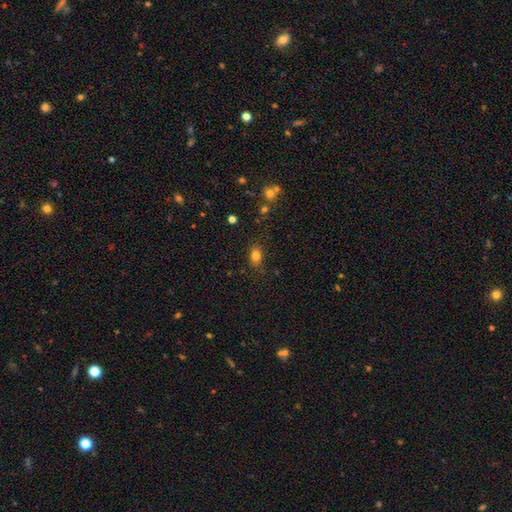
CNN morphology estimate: type=smooth (81%); roundness=in between (74%); merging=none (80%).